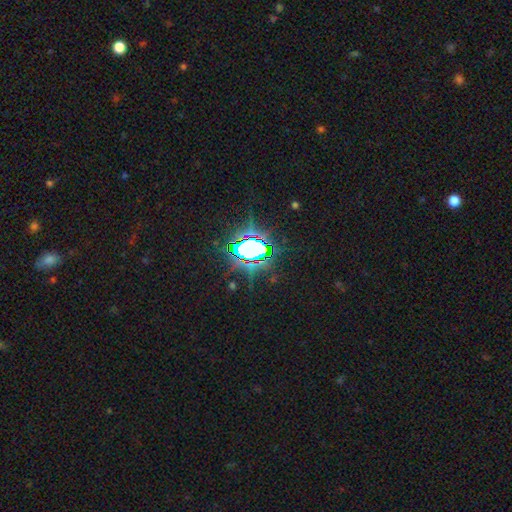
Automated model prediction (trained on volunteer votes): A star or artifact, not a galaxy (79%).

Vote fractions:
- Smooth or featured? star or artifact: 79% / smooth: 12% / featured or disk: 10%